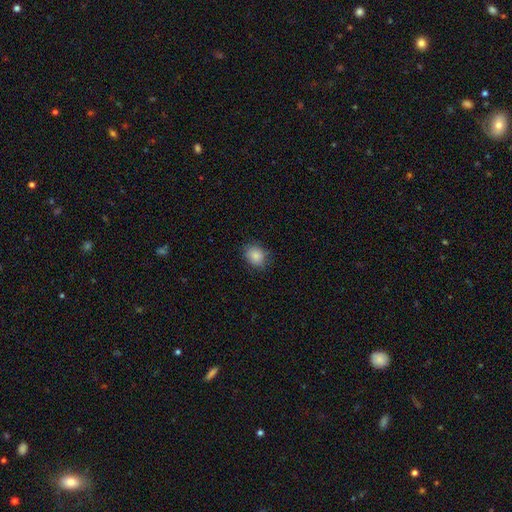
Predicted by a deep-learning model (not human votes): The model was most divided on "how rounded": round: 56%, in between: 43%, cigar-shaped: 1%. More confident: smooth or featured — smooth (86%); merging — none (81%).